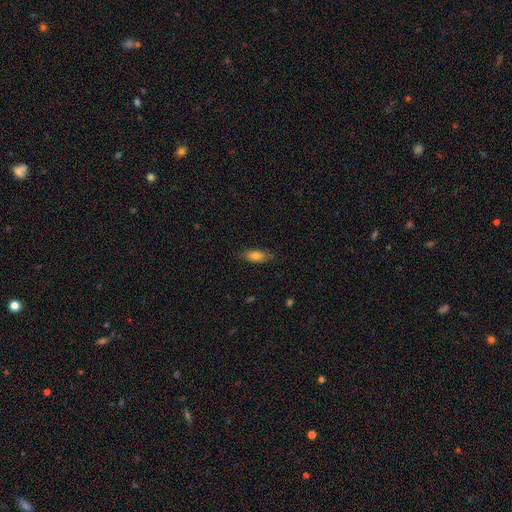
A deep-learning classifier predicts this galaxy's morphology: A smooth galaxy with no disk features (80%) that is in between round and cigar-shaped (77%). Merging: none (82%).